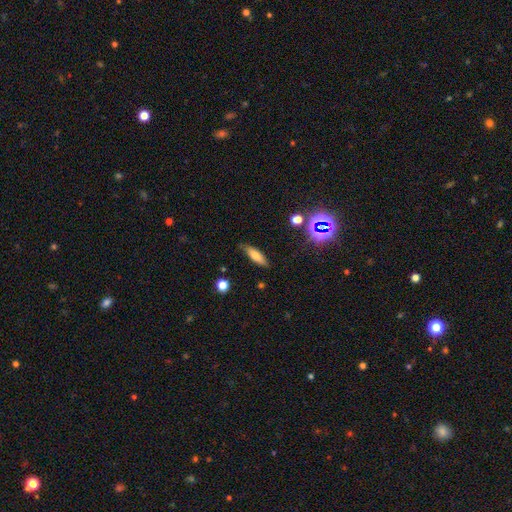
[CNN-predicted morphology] smooth 68%, featured or disk 20%, star or artifact 12%. Down the decision tree: how rounded — in between (52%); merging — none (80%).